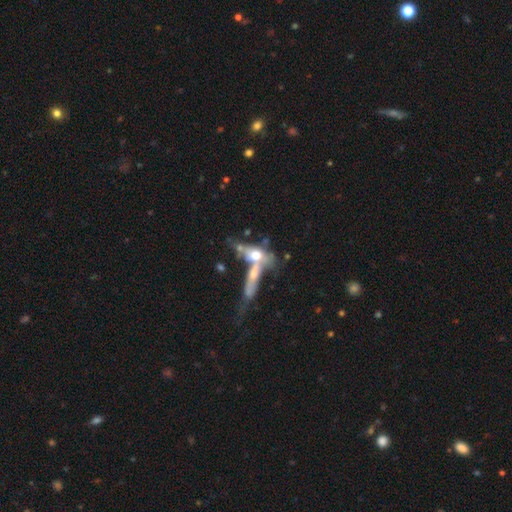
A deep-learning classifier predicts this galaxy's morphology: A featured or disk galaxy (47%).

Vote fractions:
- Smooth or featured? featured or disk: 47% / smooth: 44% / star or artifact: 9%
- Merging? merger: 60% / none: 16% / major disturbance: 14% / minor disturbance: 10%